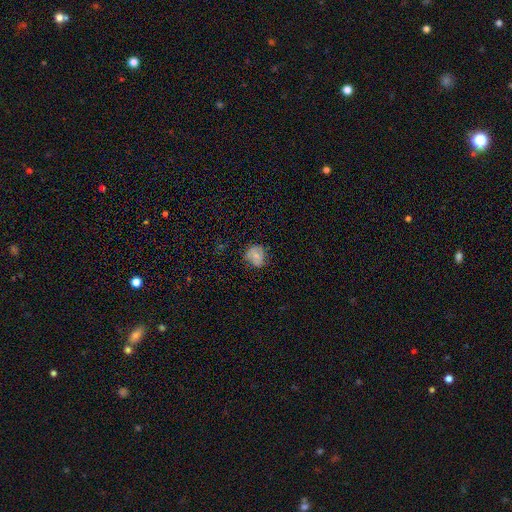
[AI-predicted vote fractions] smooth 62%, featured or disk 26%, star or artifact 12%. Down the decision tree: how rounded — round (72%); merging — none (64%).